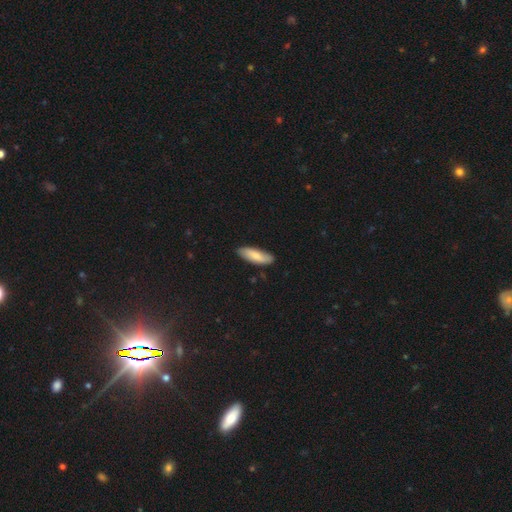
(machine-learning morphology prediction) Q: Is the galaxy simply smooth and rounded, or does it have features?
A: smooth — 76%.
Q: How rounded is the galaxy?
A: in between — 56%.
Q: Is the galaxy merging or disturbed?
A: none — 84%.